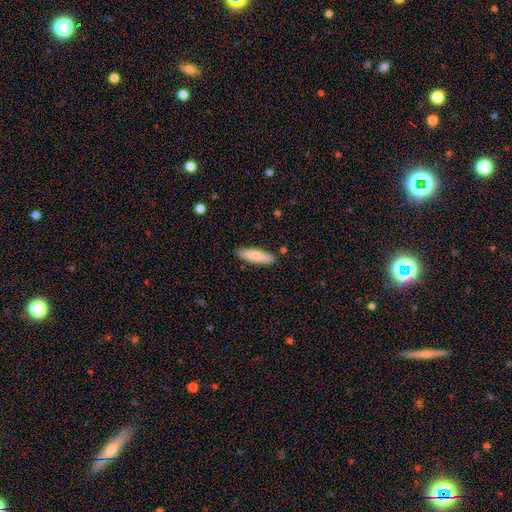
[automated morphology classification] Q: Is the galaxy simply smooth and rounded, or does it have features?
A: smooth — 85%.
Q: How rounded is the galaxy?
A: cigar-shaped — 68%.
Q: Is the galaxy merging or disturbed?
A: none — 88%.